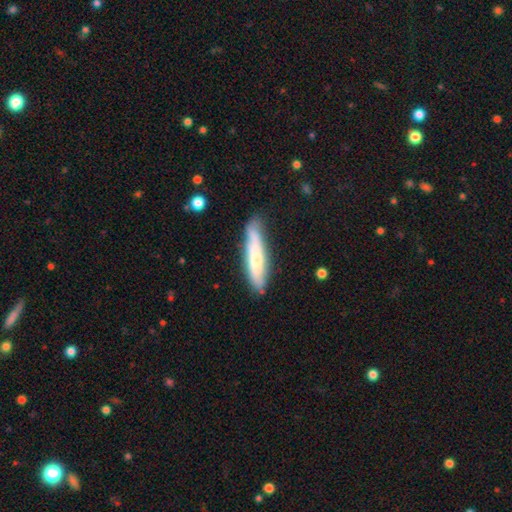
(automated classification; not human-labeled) This appears to be a smooth galaxy with no disk features (58%) that is cigar-shaped (81%). Merging: none (73%).